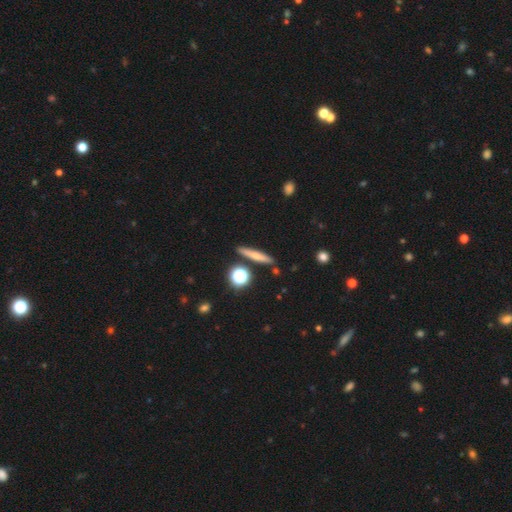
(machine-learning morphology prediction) Overall: smooth (62%; featured or disk 26%). How rounded: cigar-shaped (81%). Merging: none (84%).